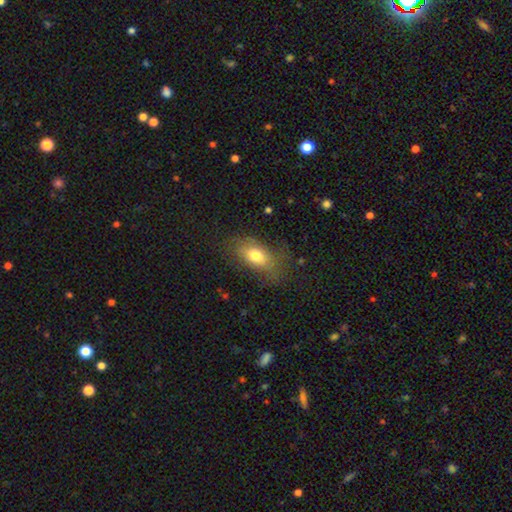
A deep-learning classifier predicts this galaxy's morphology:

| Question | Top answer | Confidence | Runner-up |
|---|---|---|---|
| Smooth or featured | smooth | 73% | featured or disk (18%) |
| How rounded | in between | 85% | round (11%) |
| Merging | none | 64% | minor disturbance (22%) |